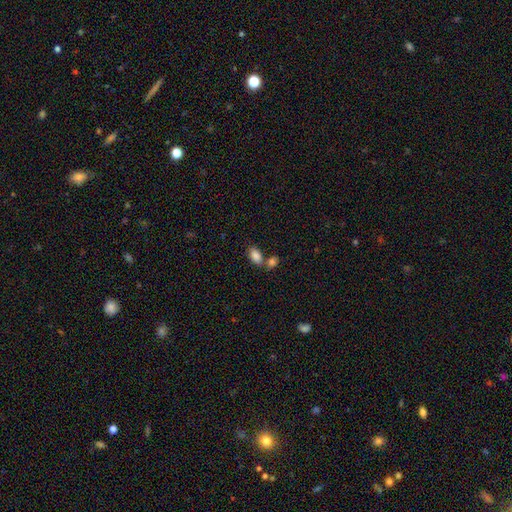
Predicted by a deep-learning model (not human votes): Q: Smooth or featured?
A: smooth (86%); runner-up: star or artifact (8%)
Q: How rounded?
A: in between (92%); runner-up: round (5%)
Q: Merging?
A: none (54%); runner-up: merger (32%)